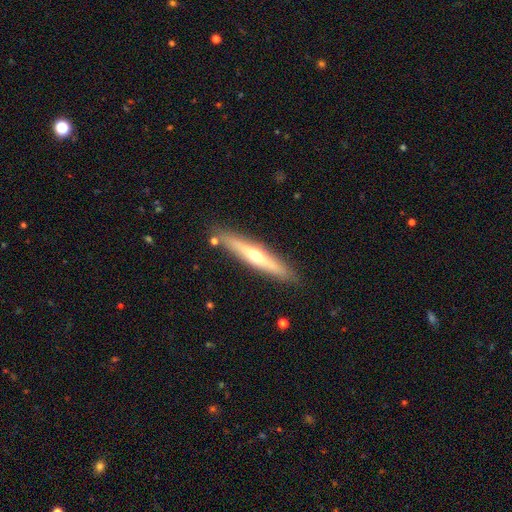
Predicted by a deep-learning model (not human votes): Smooth or featured?
  - featured or disk: 54% *
  - smooth: 40%
  - star or artifact: 6%
Edge-on disk?
  - yes: 90% *
  - no: 10%
Merging?
  - none: 86% *
  - minor disturbance: 9%
  - merger: 3%
  - major disturbance: 2%